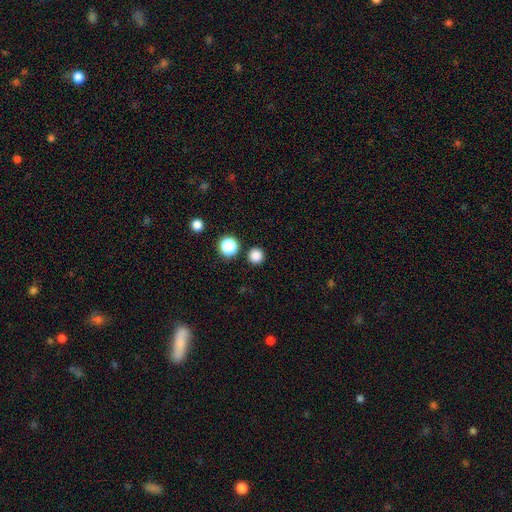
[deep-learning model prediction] Smooth or featured?
  - smooth: 83% *
  - star or artifact: 14%
  - featured or disk: 3%
How rounded?
  - round: 96% *
  - in between: 3%
  - cigar-shaped: 1%
Merging?
  - none: 90% *
  - minor disturbance: 5%
  - merger: 3%
  - major disturbance: 2%